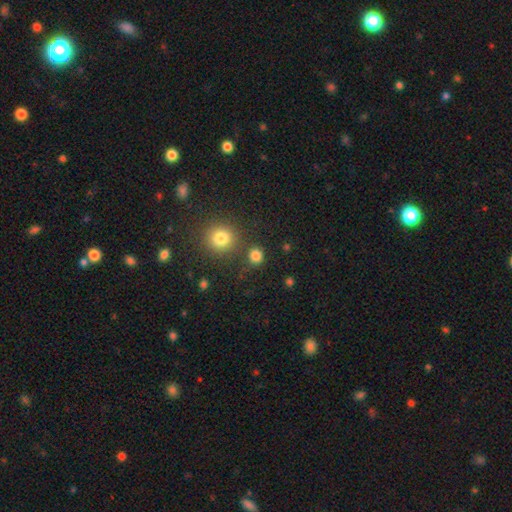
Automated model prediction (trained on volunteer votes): This is clearly a smooth galaxy (82%). How rounded: clearly round (87%). Merging: clearly none (82%).